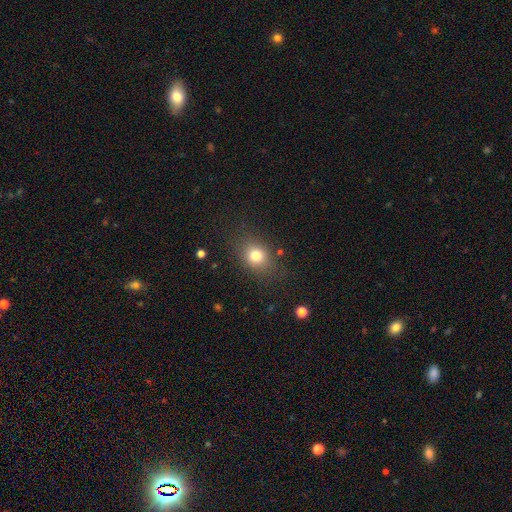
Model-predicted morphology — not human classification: smooth 78%, star or artifact 13%, featured or disk 10%. Down the decision tree: how rounded — round (52%); merging — none (80%).